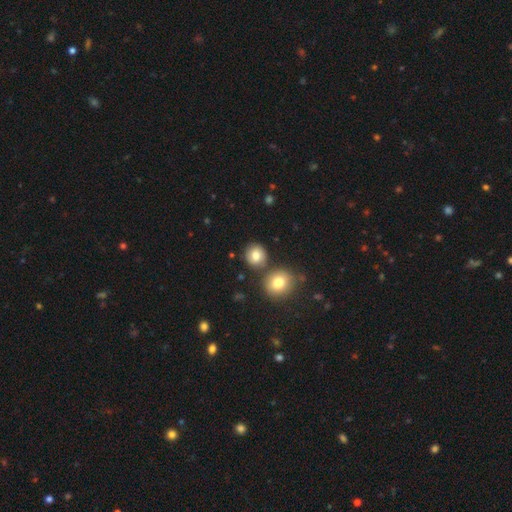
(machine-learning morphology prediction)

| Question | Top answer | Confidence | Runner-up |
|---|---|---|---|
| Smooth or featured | smooth | 79% | featured or disk (11%) |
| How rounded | round | 86% | in between (13%) |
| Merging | none | 76% | merger (11%) |